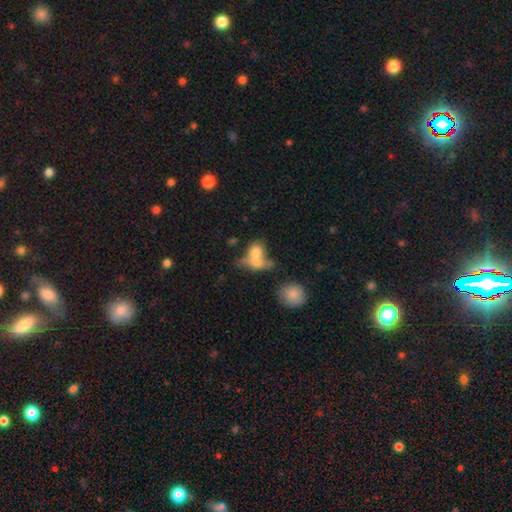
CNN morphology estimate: This appears to be a smooth galaxy with no disk features (70%) that is in between round and cigar-shaped (54%). Merging: merger (59%).